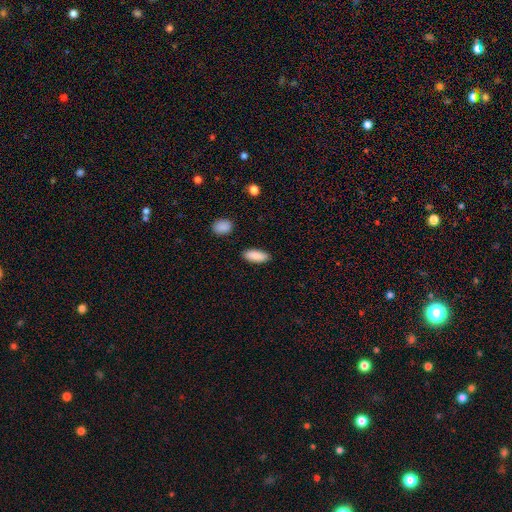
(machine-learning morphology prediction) This appears to be a smooth galaxy with no disk features (89%) that is in between round and cigar-shaped (82%). Merging: none (87%).